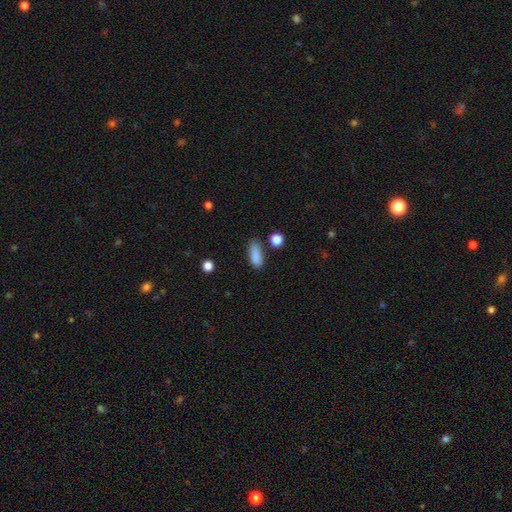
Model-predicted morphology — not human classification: smooth 85%, star or artifact 9%, featured or disk 6%. Down the decision tree: how rounded — in between (66%); merging — none (69%).